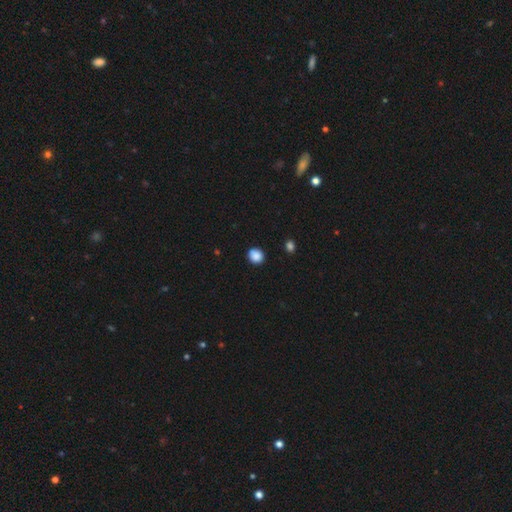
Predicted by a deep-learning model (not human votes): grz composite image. It shows a smooth galaxy with no disk features (87%) that is round (81%). Merging: none (84%).